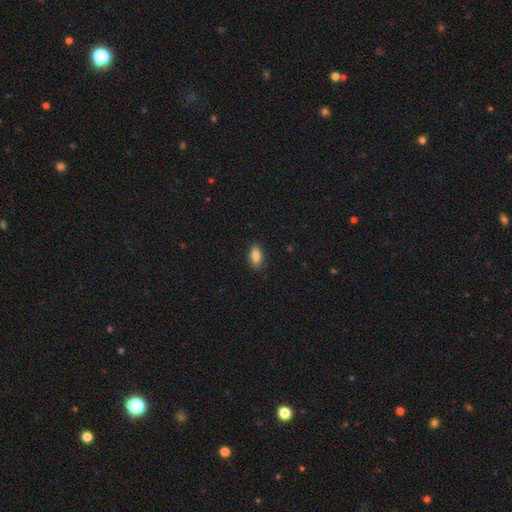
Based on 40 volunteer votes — smooth_or_featured: smooth (p=0.85) [alt: featured or disk p=0.12]
how_rounded: in between (p=0.94) [alt: cigar-shaped p=0.06]
merging: none (p=0.87) [alt: minor disturbance p=0.13]